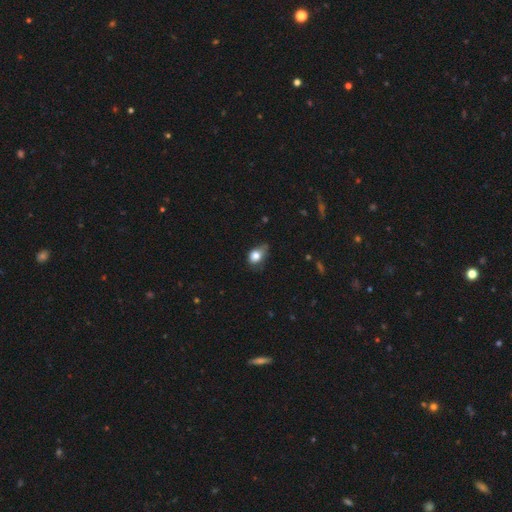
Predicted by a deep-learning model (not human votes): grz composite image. It shows a smooth galaxy with no disk features (78%) that is in between round and cigar-shaped (65%). Merging: minor disturbance (45%).